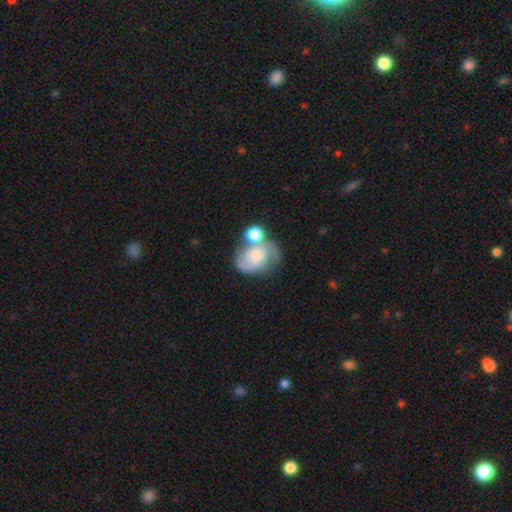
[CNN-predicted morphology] type=featured or disk (55%); edge-on=no (97%); bar=no (71%); spiral arms=yes (80%); bulge=small (35%); merging=merger (39%).